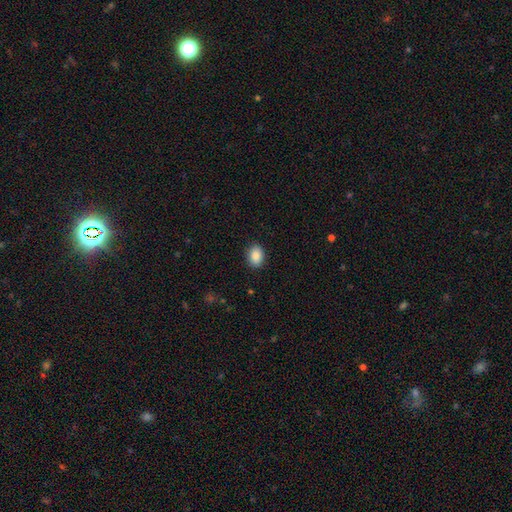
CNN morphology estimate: Smooth or featured?
  - smooth: 87% *
  - star or artifact: 8%
  - featured or disk: 6%
How rounded?
  - in between: 76% *
  - round: 23%
  - cigar-shaped: 1%
Merging?
  - none: 89% *
  - minor disturbance: 8%
  - major disturbance: 2%
  - merger: 1%